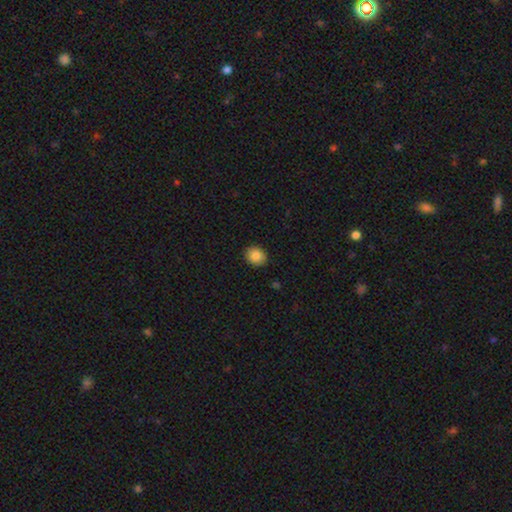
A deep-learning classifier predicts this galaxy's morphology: Smooth or featured? smooth (86%)
How rounded? round (69%)
Merging? none (89%)